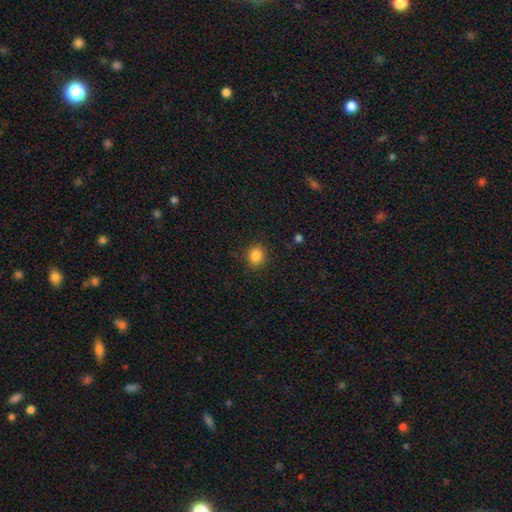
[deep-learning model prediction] Q: Smooth or featured?
A: smooth (84%); runner-up: star or artifact (11%)
Q: How rounded?
A: round (75%); runner-up: in between (25%)
Q: Merging?
A: none (88%); runner-up: minor disturbance (8%)